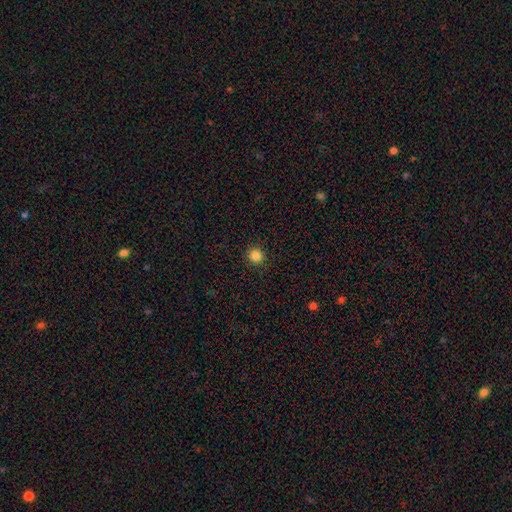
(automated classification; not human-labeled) smooth 85%, star or artifact 12%, featured or disk 3%. Down the decision tree: how rounded — round (94%); merging — none (92%).